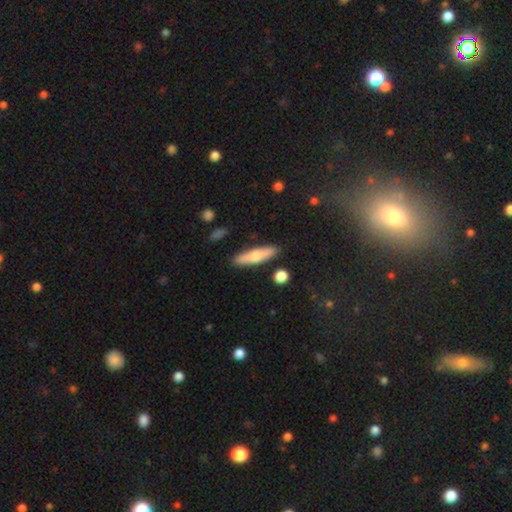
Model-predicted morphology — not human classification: smooth_or_featured: smooth (p=0.61) [alt: featured or disk p=0.33]
how_rounded: cigar-shaped (p=0.73) [alt: in between p=0.25]
merging: none (p=0.87) [alt: minor disturbance p=0.08]